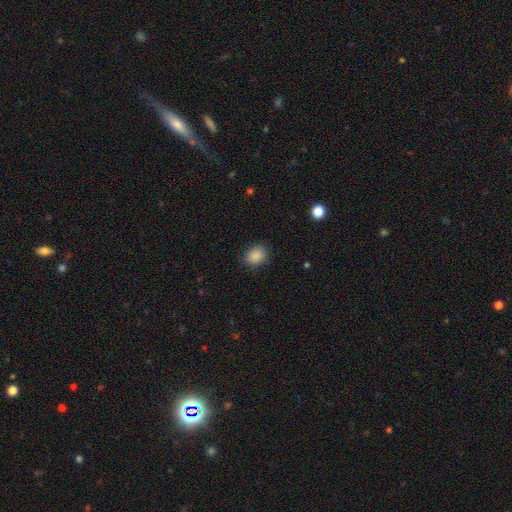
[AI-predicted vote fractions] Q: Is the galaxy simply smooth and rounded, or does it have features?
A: smooth — 88%.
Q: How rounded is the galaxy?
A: round — 62%.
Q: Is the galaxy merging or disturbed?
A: none — 86%.